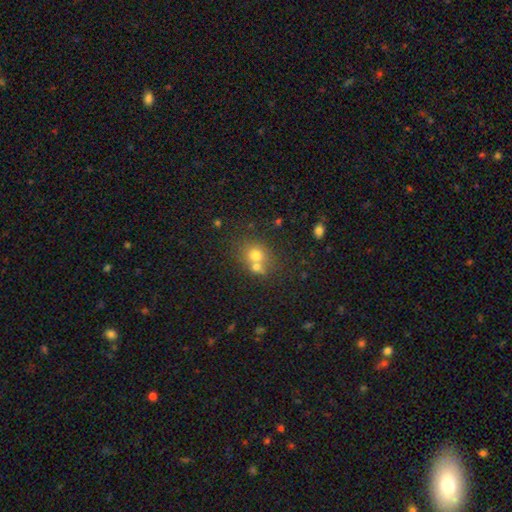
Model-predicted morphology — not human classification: A smooth galaxy with no disk features (70%) that is round (72%).

Vote fractions:
- Smooth or featured? smooth: 70% / featured or disk: 15% / star or artifact: 14%
- How rounded? round: 72% / in between: 27% / cigar-shaped: 1%
- Merging? merger: 46% / none: 42% / minor disturbance: 8% / major disturbance: 3%